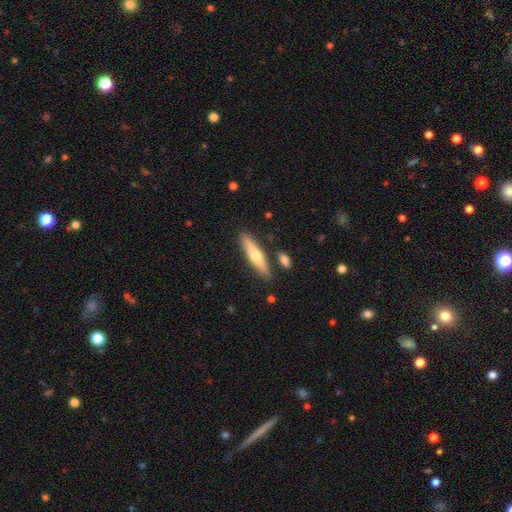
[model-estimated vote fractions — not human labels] Smooth or featured: smooth — 48% (featured or disk — 47%)
Merging: none — 82% (minor disturbance — 10%)